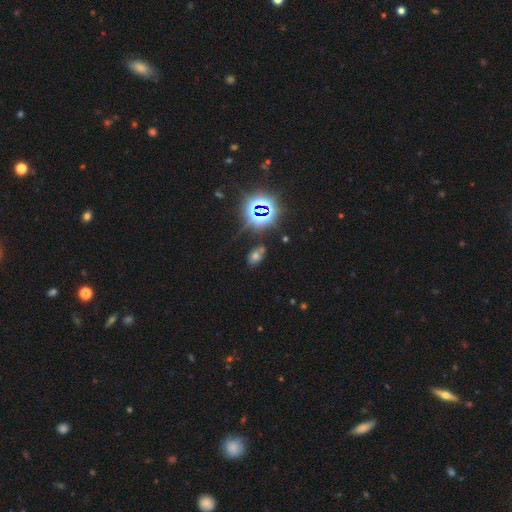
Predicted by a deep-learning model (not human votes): A star or artifact, not a galaxy (49%).

Vote fractions:
- Smooth or featured? star or artifact: 49% / smooth: 37% / featured or disk: 14%